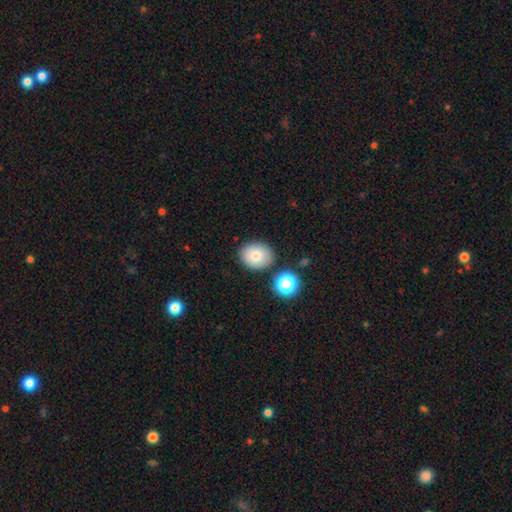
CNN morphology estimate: type=smooth (78%); roundness=round (61%); merging=none (83%).